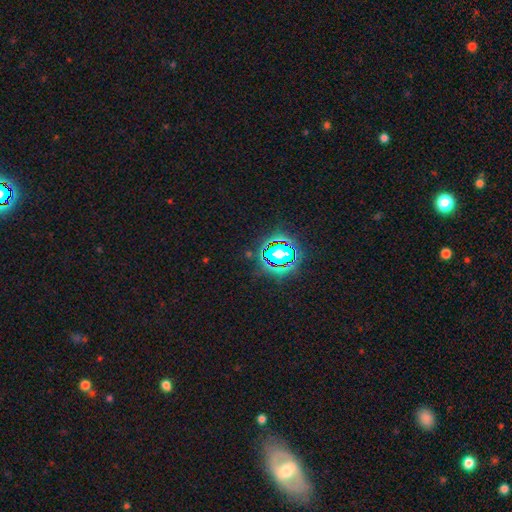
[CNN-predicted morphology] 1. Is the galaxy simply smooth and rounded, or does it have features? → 80% star or artifact, 12% smooth, 8% featured or disk.